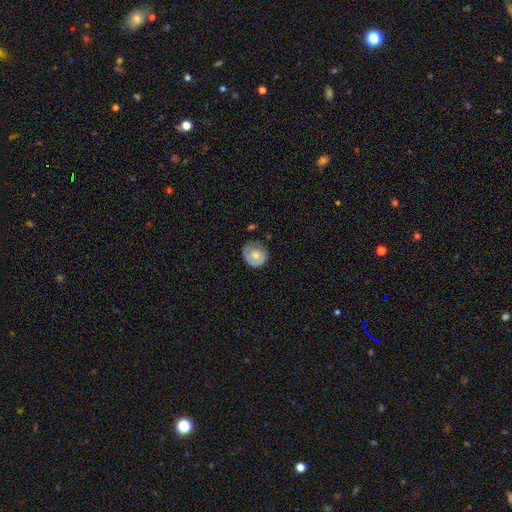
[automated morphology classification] A smooth galaxy with no disk features (55%) that is round (87%).

Vote fractions:
- Smooth or featured? smooth: 55% / featured or disk: 39% / star or artifact: 7%
- How rounded? round: 87% / in between: 12% / cigar-shaped: 1%
- Merging? none: 64% / minor disturbance: 26% / major disturbance: 7% / merger: 2%